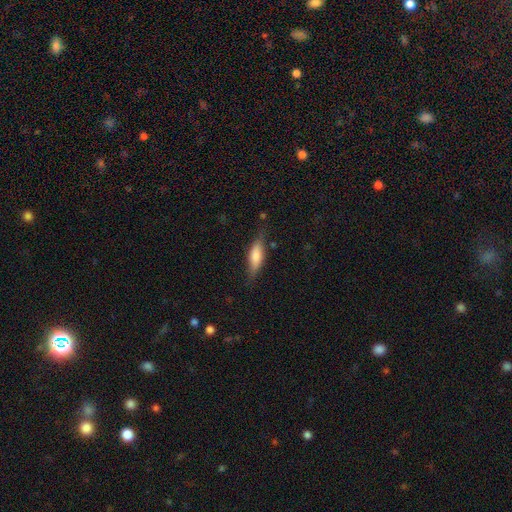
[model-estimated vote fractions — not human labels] smooth 68%, featured or disk 25%, star or artifact 7%. Down the decision tree: how rounded — in between (50%); merging — none (72%).